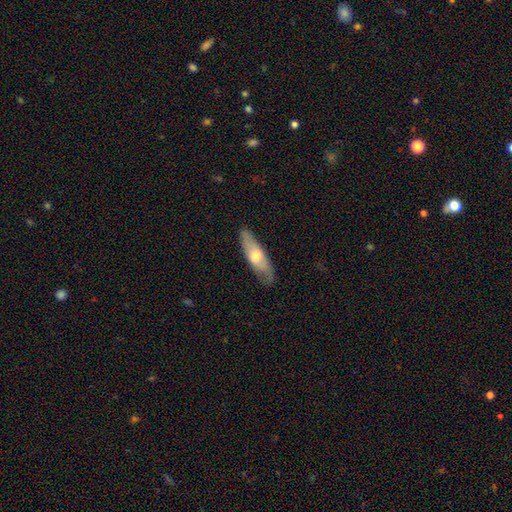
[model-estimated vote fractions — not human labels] Q: Smooth or featured?
A: smooth (52%); runner-up: featured or disk (43%)
Q: How rounded?
A: cigar-shaped (52%); runner-up: in between (46%)
Q: Merging?
A: none (77%); runner-up: minor disturbance (18%)